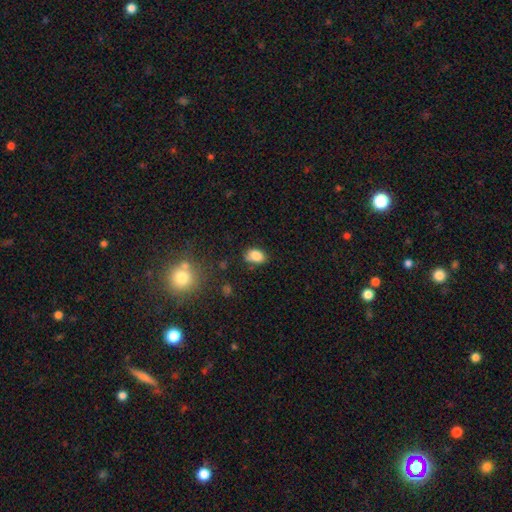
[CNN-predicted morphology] Smooth or featured? Predicted: smooth (p=0.83). How rounded? Predicted: in between (p=0.82). Merging? Predicted: none (p=0.67).